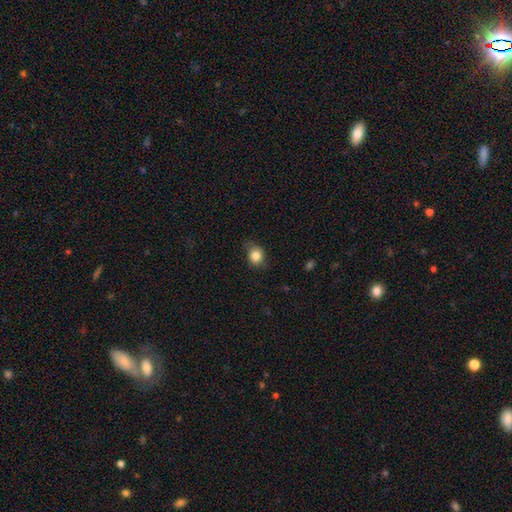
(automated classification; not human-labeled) Smooth or featured?
  - smooth: 83% *
  - star or artifact: 10%
  - featured or disk: 7%
How rounded?
  - round: 62% *
  - in between: 36%
  - cigar-shaped: 1%
Merging?
  - none: 69% *
  - minor disturbance: 23%
  - major disturbance: 6%
  - merger: 1%